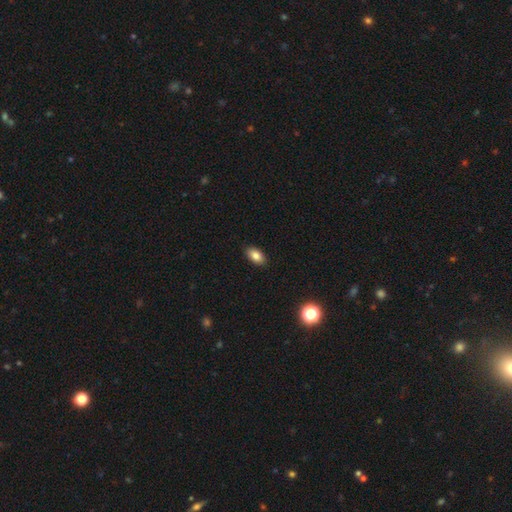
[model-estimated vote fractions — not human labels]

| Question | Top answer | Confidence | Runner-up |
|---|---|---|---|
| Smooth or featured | smooth | 84% | star or artifact (9%) |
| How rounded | in between | 92% | round (6%) |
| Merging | none | 89% | minor disturbance (8%) |